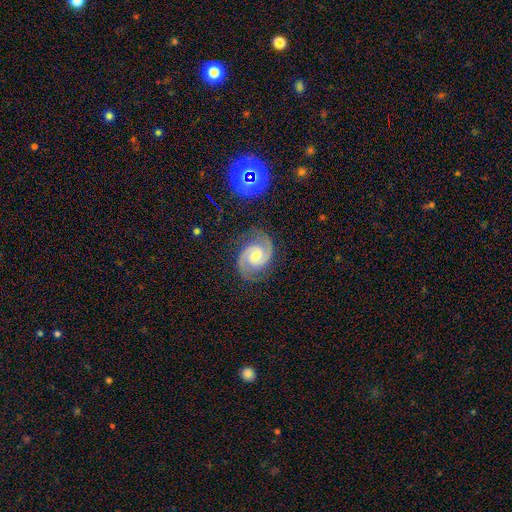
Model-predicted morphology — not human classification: smooth-or-featured: featured or disk: 91% | star or artifact: 5% | smooth: 3%
  disk-edge-on: no: 98% | yes: 2%
    bar: no: 55% | weak: 36% | strong: 9%
    has-spiral-arms: yes: 99% | no: 1%
      spiral-winding: medium: 50% | tight: 44% | loose: 6%
      spiral-arm-count: 2: 94% | can't tell: 2% | 3: 2% | 1: 1% | 4: 1% | more than 4: 1%
    bulge-size: moderate: 52% | small: 38% | none: 5% | large: 4% | dominant: 1%
  merging: none: 82% | minor disturbance: 13% | major disturbance: 4% | merger: 2%